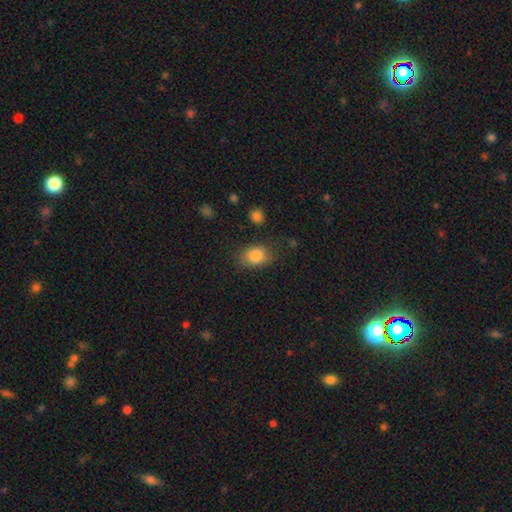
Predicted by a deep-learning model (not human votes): Q: Smooth or featured?
A: smooth (85%); runner-up: star or artifact (8%)
Q: How rounded?
A: in between (71%); runner-up: round (28%)
Q: Merging?
A: none (75%); runner-up: minor disturbance (17%)